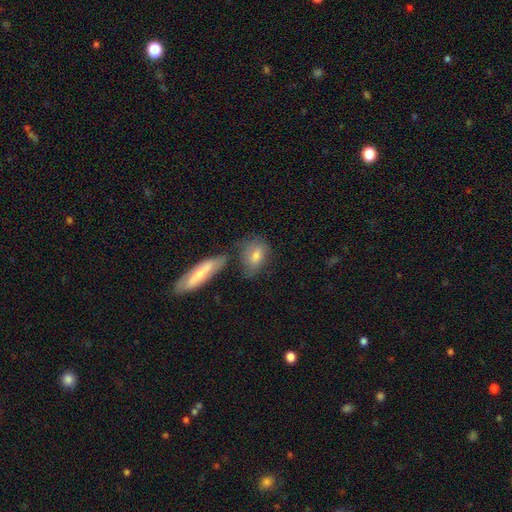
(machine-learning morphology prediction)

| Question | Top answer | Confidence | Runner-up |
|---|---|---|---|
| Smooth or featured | smooth | 65% | featured or disk (27%) |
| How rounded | in between | 66% | cigar-shaped (18%) |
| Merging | none | 56% | minor disturbance (19%) |